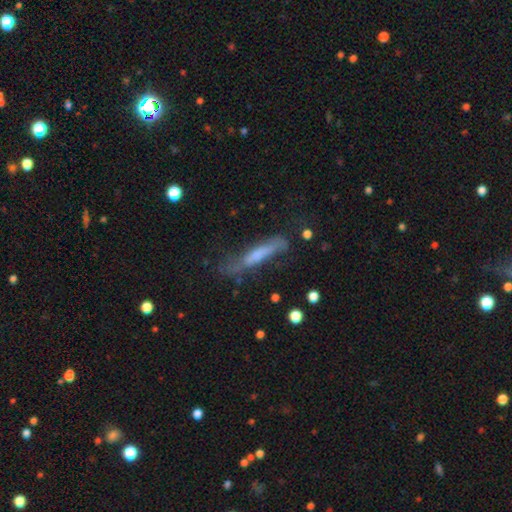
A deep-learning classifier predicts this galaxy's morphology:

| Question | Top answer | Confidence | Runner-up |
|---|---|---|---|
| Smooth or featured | featured or disk | 46% | smooth (45%) |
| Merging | none | 50% | minor disturbance (28%) |